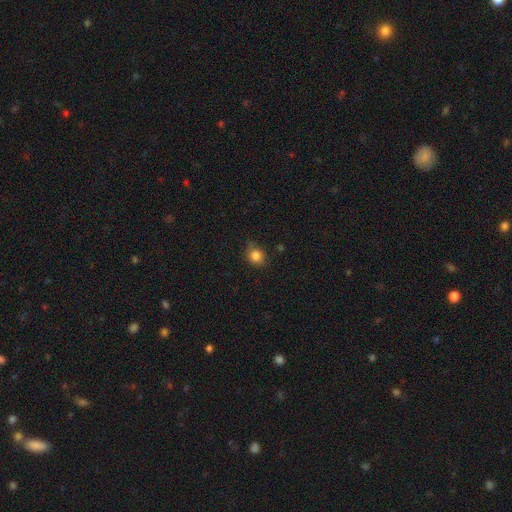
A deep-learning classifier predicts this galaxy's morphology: A smooth galaxy with no disk features (83%) that is round (74%).

Vote fractions:
- Smooth or featured? smooth: 83% / star or artifact: 11% / featured or disk: 6%
- How rounded? round: 74% / in between: 25% / cigar-shaped: 1%
- Merging? none: 72% / minor disturbance: 22% / major disturbance: 4% / merger: 2%